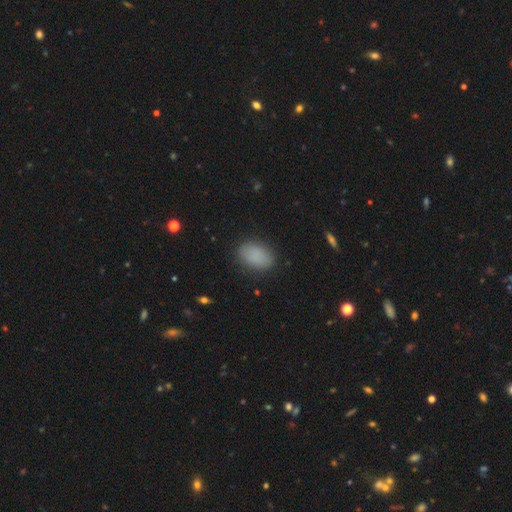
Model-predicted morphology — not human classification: This is clearly a smooth galaxy (86%). How rounded: clearly in between (87%). Merging: clearly none (84%).